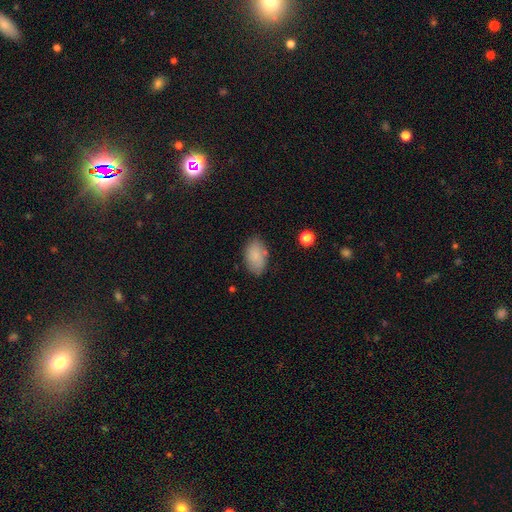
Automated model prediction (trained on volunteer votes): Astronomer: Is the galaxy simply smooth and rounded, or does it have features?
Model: smooth — 86%.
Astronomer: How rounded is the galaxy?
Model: in between — 92%.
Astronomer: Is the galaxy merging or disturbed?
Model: none — 79%.